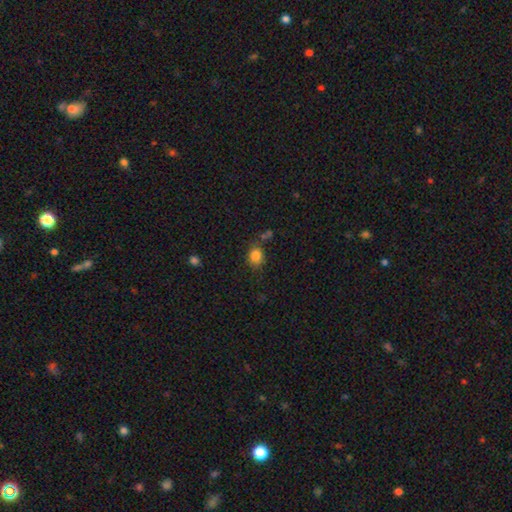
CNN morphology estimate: Smooth or featured? smooth (84%)
How rounded? round (58%)
Merging? none (70%)